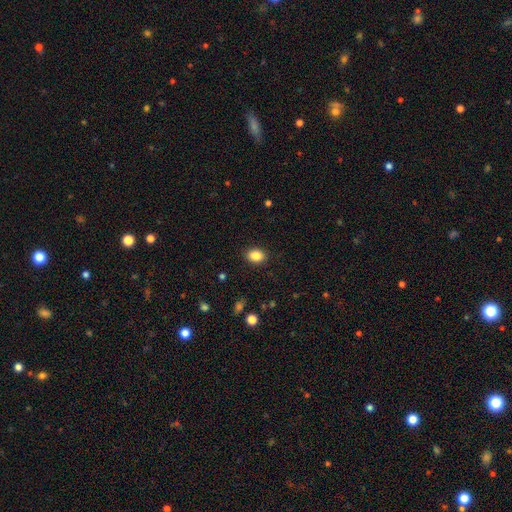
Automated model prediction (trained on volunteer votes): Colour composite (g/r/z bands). It shows a smooth galaxy with no disk features (87%) that is in between round and cigar-shaped (68%). Merging: none (88%).